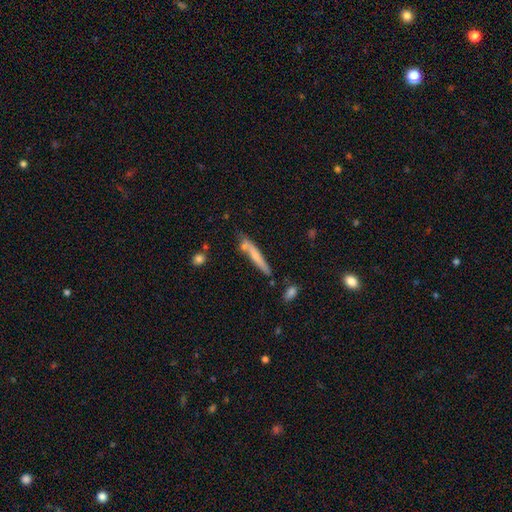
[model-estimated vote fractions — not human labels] Morphology: type=smooth (59%); roundness=cigar-shaped (94%); merging=none (68%).